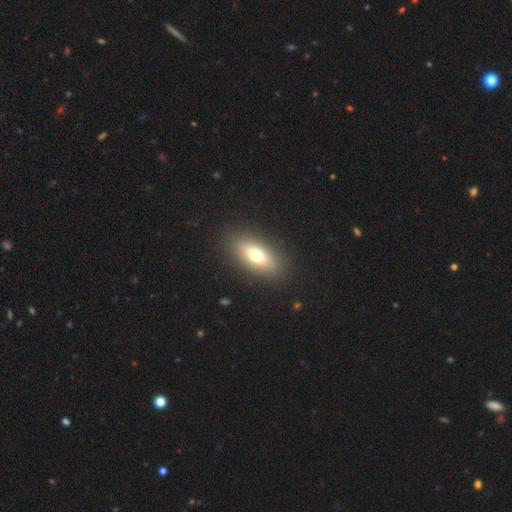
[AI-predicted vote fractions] Smooth or featured? smooth (67%)
How rounded? in between (79%)
Merging? none (88%)